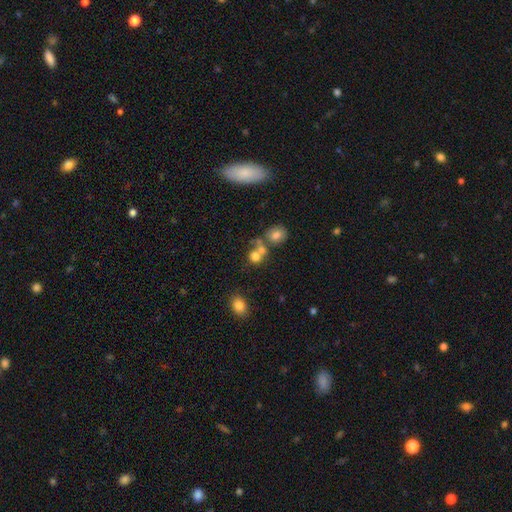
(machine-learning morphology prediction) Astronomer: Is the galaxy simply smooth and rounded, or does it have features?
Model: smooth — 66%.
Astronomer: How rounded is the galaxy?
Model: round — 69%.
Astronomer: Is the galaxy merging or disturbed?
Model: none — 44% (runner-up: merger, 42%).